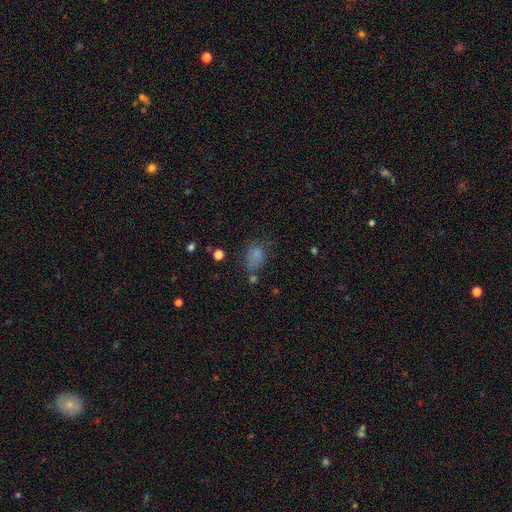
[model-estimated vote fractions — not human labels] This is likely a smooth galaxy (75%). How rounded: likely in between (75%). Merging: possibly none (51%).